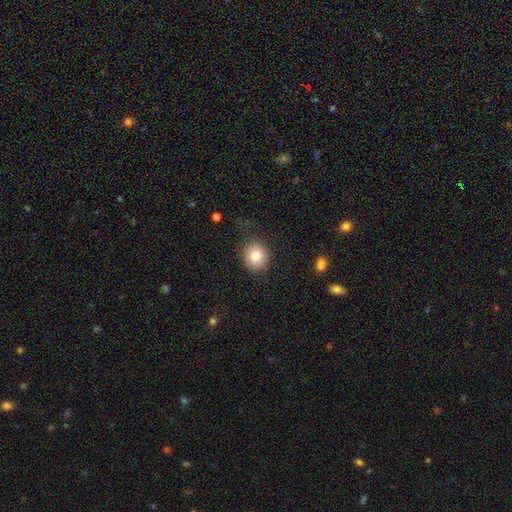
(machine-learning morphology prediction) This is clearly a smooth galaxy (81%). How rounded: clearly round (84%). Merging: clearly none (85%).